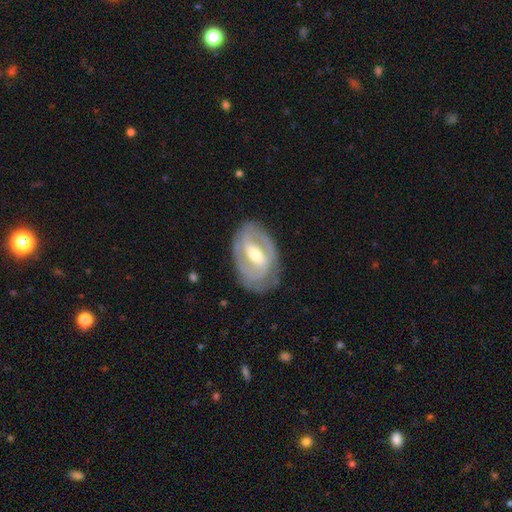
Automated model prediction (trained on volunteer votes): A featured or disk galaxy (81%) with a strong bar (49%), 2 (74%) tight (51%) spiral arms (81%) and a moderate central bulge (67%).

Vote fractions:
- Smooth or featured? featured or disk: 81% / smooth: 14% / star or artifact: 5%
- Edge-on disk? no: 95% / yes: 5%
- Bar? strong: 49% / weak: 39% / no: 12%
- Spiral arms? yes: 81% / no: 19%
- Spiral winding? tight: 51% / medium: 37% / loose: 12%
- Spiral arm count? 2: 74% / can't tell: 15% / 3: 4% / 1: 4% / 4: 1% / more than 4: 1%
- Bulge size? moderate: 67% / small: 23% / large: 8% / none: 1% / dominant: 1%
- Merging? none: 78% / minor disturbance: 16% / major disturbance: 5% / merger: 1%